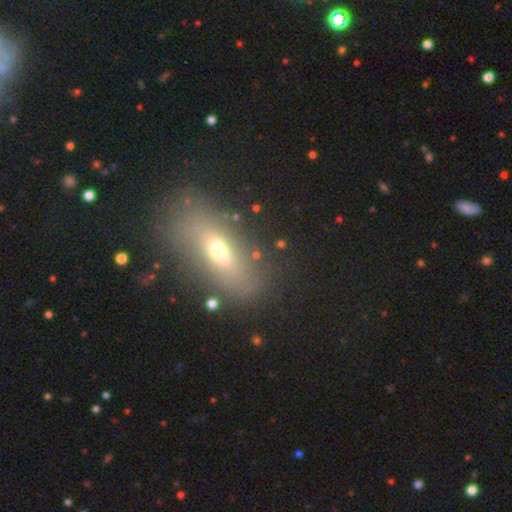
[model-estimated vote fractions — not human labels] Smooth or featured: smooth — 59% (featured or disk — 26%)
How rounded: in between — 70% (cigar-shaped — 20%)
Merging: none — 75% (minor disturbance — 13%)